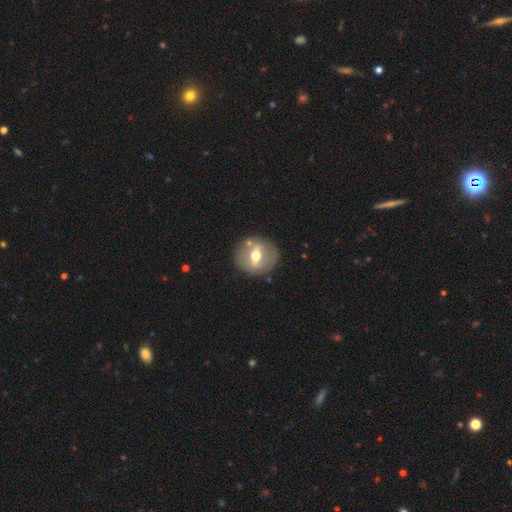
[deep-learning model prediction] A featured or disk galaxy (57%). Merging: none (81%).